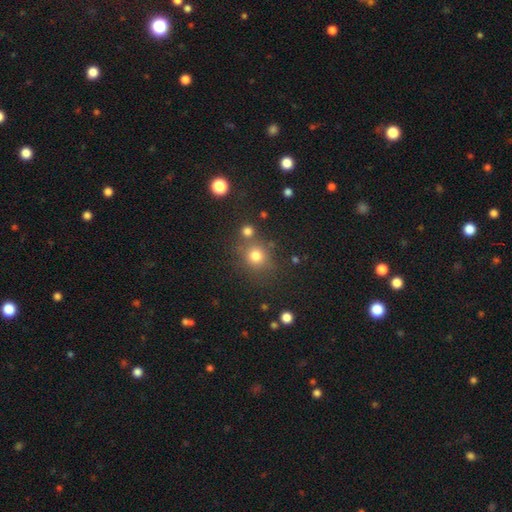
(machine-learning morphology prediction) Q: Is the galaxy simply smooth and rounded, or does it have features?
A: smooth — 77%.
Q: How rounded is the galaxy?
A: round — 85%.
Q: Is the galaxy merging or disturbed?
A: none — 71%.